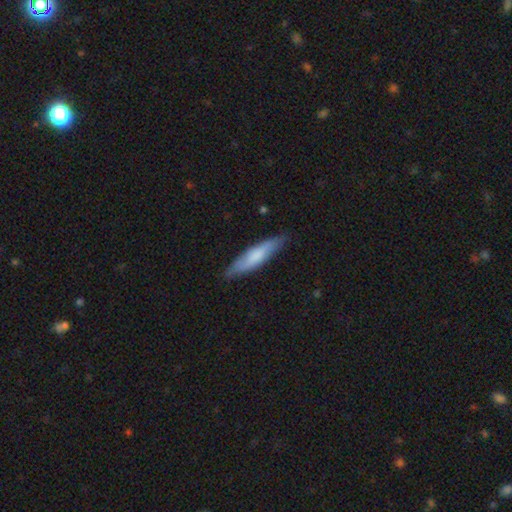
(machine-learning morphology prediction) type=smooth (66%); roundness=cigar-shaped (79%); merging=none (83%).